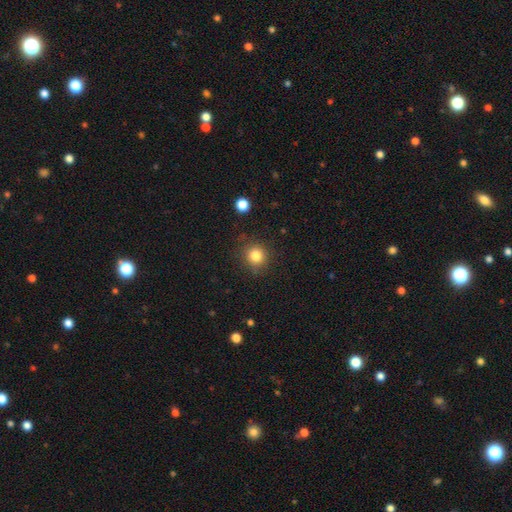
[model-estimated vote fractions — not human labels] smooth-or-featured: smooth: 82% | star or artifact: 12% | featured or disk: 6%
  how-rounded: round: 91% | in between: 8% | cigar-shaped: 1%
  merging: none: 86% | minor disturbance: 9% | major disturbance: 3% | merger: 2%